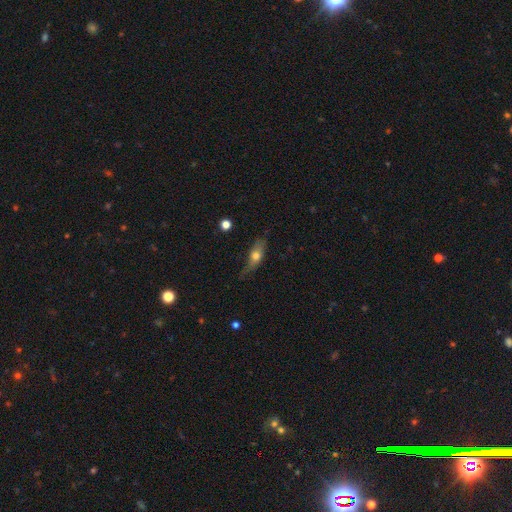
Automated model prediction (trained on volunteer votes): smooth 58%, featured or disk 34%, star or artifact 8%. Down the decision tree: how rounded — in between (56%); merging — none (59%).